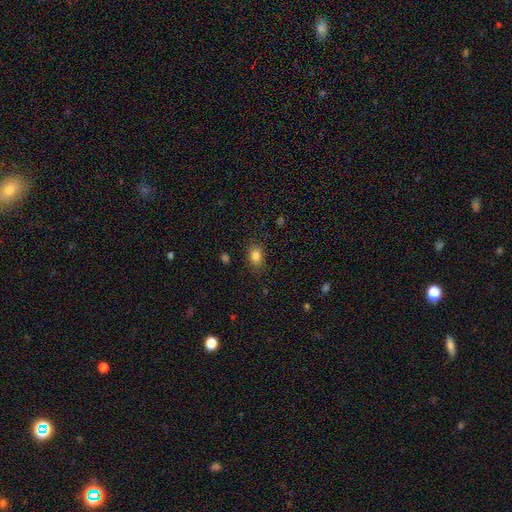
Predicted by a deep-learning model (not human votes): The model was most divided on "how rounded": in between: 68%, round: 30%, cigar-shaped: 1%. More confident: smooth or featured — smooth (83%); merging — none (82%).